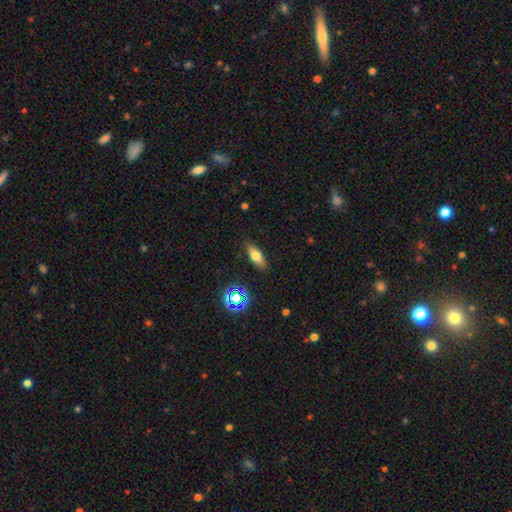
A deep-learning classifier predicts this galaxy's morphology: Q: Smooth or featured?
A: smooth (62%); runner-up: featured or disk (26%)
Q: How rounded?
A: in between (64%); runner-up: cigar-shaped (31%)
Q: Merging?
A: none (86%); runner-up: minor disturbance (10%)